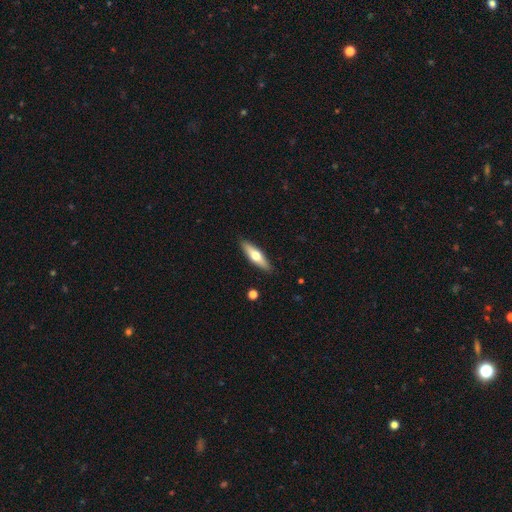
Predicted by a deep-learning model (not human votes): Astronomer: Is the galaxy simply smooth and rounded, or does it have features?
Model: smooth — 54% (runner-up: featured or disk, 41%).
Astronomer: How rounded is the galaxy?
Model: cigar-shaped — 61% (runner-up: in between, 37%).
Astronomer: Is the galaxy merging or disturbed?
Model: none — 89%.